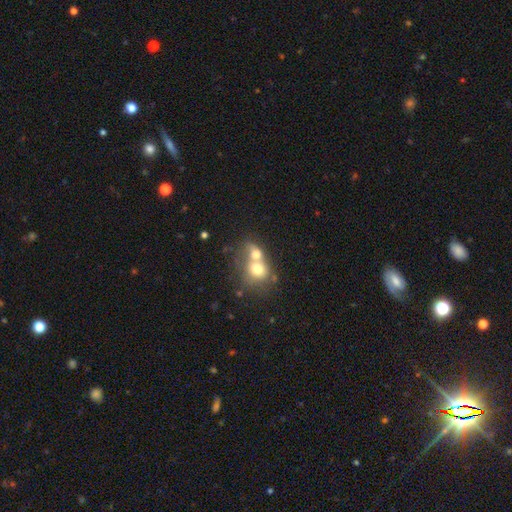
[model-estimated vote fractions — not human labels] Smooth or featured? Predicted: smooth (p=0.61). How rounded? Predicted: round (p=0.67). Merging? Predicted: merger (p=0.66).